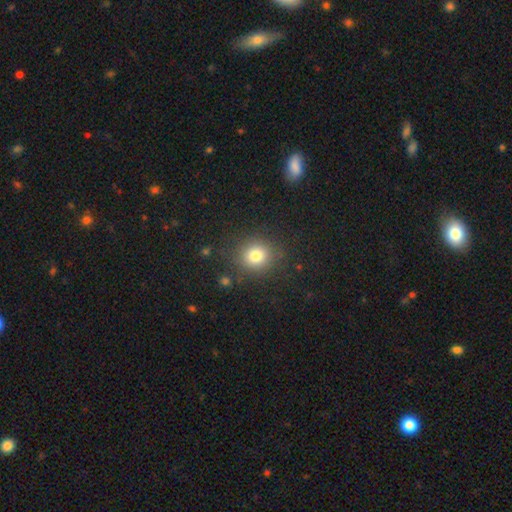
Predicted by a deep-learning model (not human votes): smooth 80%, star or artifact 13%, featured or disk 7%. Down the decision tree: how rounded — round (85%); merging — none (86%).